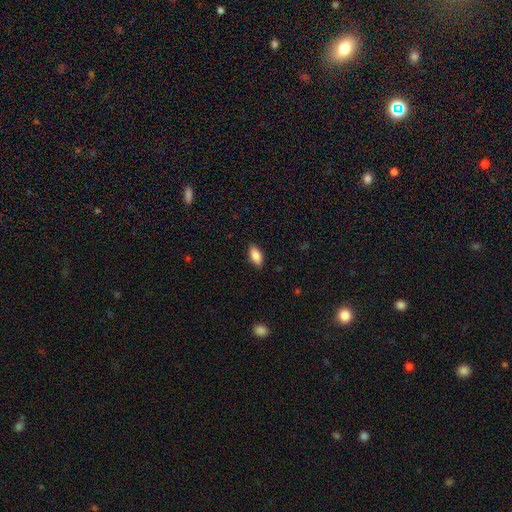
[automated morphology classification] Smooth or featured? Predicted: smooth (p=0.87). How rounded? Predicted: in between (p=0.89). Merging? Predicted: none (p=0.86).